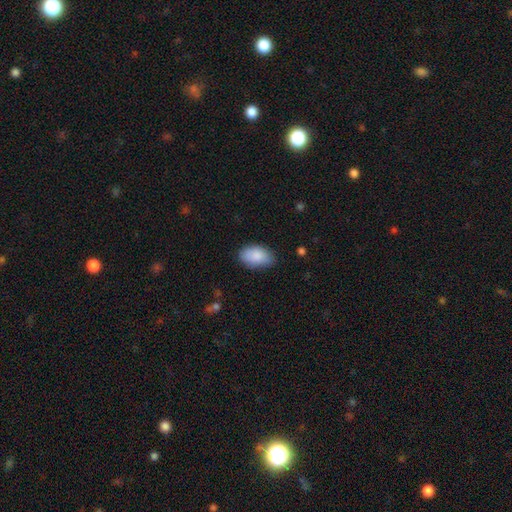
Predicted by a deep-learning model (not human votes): Smooth or featured? Predicted: smooth (p=0.88). How rounded? Predicted: in between (p=0.93). Merging? Predicted: none (p=0.78).